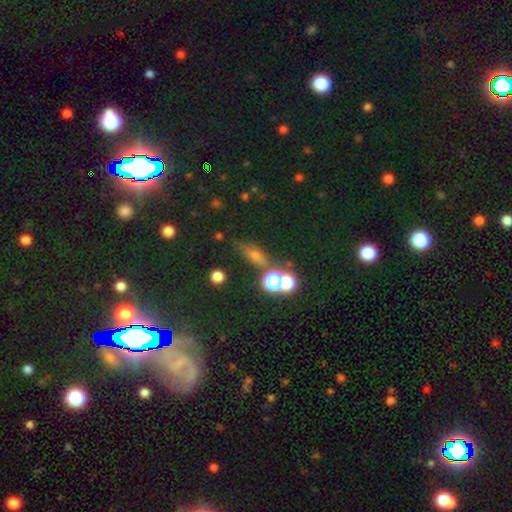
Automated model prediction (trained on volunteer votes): This appears to be a smooth galaxy with no disk features (52%) that is in between round and cigar-shaped (42%). Merging: none (62%).